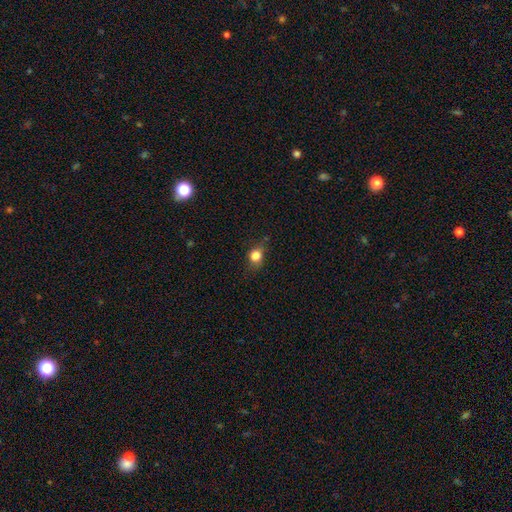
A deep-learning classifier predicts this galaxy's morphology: Smooth or featured? smooth (81%)
How rounded? round (59%)
Merging? none (67%)